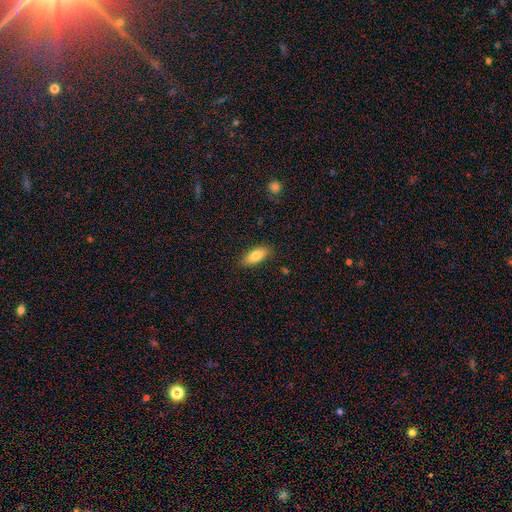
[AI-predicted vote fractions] Smooth or featured? smooth (78%)
How rounded? in between (85%)
Merging? none (86%)